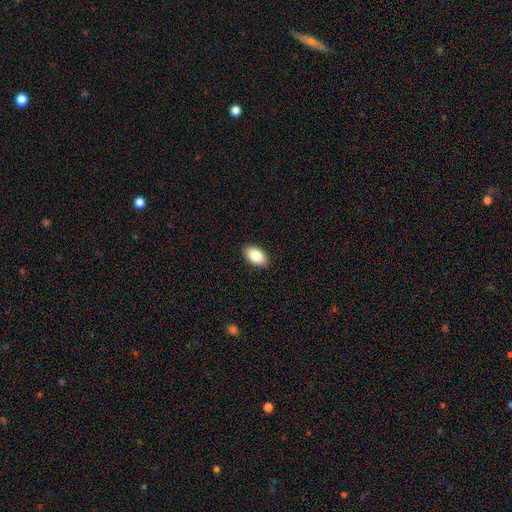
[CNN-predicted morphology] smooth_or_featured: smooth (p=0.86) [alt: star or artifact p=0.07]
how_rounded: in between (p=0.93) [alt: round p=0.05]
merging: none (p=0.90) [alt: minor disturbance p=0.08]